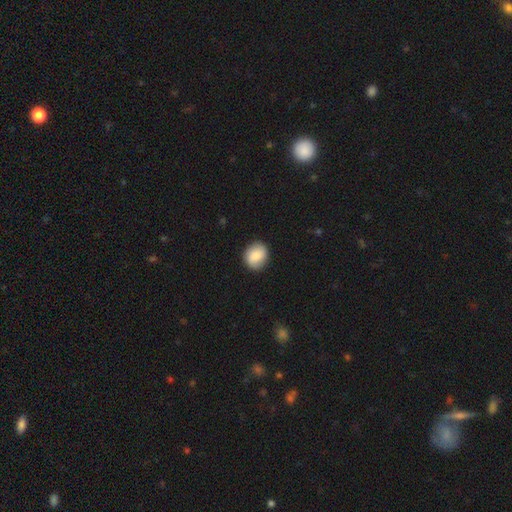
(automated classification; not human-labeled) Smooth or featured? Predicted: smooth (p=0.84). How rounded? Predicted: round (p=0.66). Merging? Predicted: none (p=0.87).